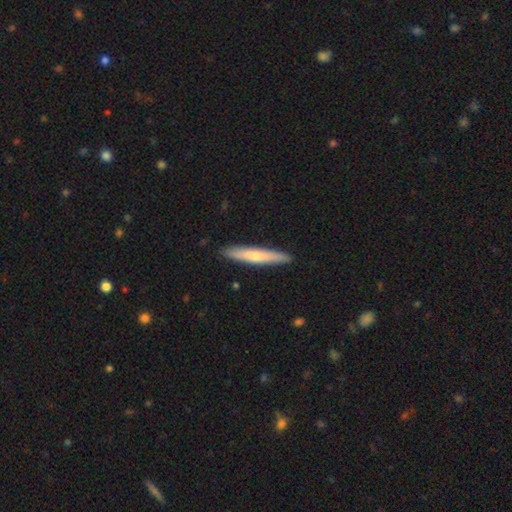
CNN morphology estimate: Q: Smooth or featured?
A: smooth (63%); runner-up: featured or disk (32%)
Q: How rounded?
A: cigar-shaped (94%); runner-up: in between (5%)
Q: Merging?
A: none (90%); runner-up: minor disturbance (7%)